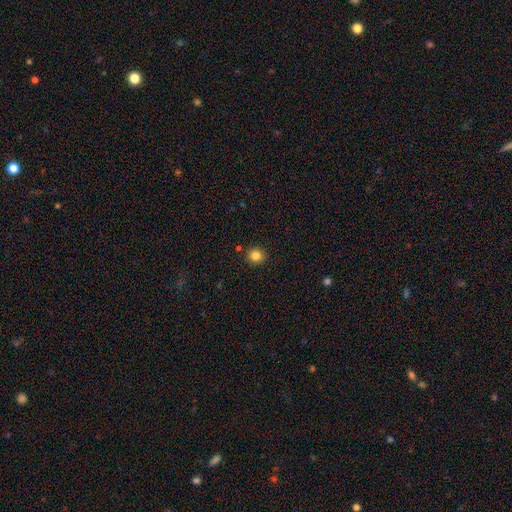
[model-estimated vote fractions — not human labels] Smooth or featured? smooth (83%)
How rounded? round (91%)
Merging? none (90%)